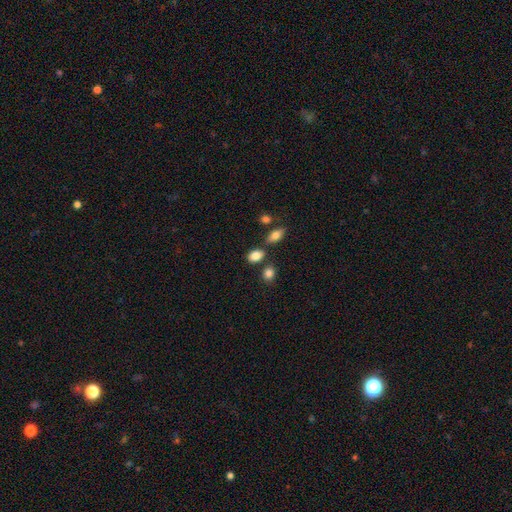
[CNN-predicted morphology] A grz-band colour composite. It shows a smooth galaxy with no disk features (85%) that is in between round and cigar-shaped (80%). Merging: none (73%).